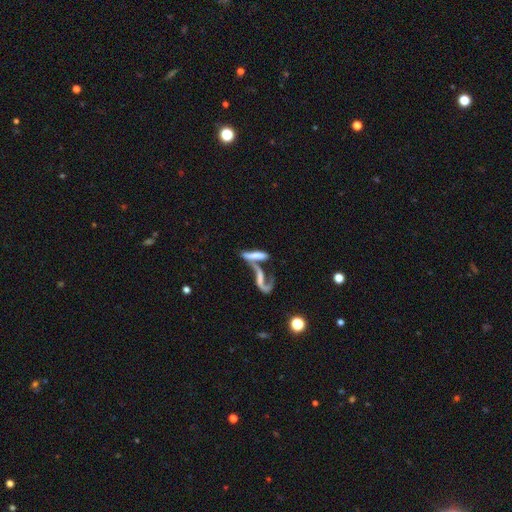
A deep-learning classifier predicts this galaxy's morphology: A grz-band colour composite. It shows a featured or disk galaxy (49%). Merging: merger (65%).